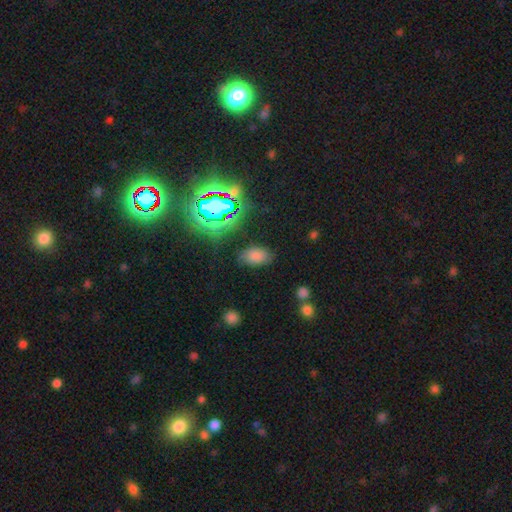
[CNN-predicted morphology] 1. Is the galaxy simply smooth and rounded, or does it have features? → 69% smooth, 21% star or artifact, 10% featured or disk.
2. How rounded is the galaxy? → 89% in between, 9% round, 2% cigar-shaped.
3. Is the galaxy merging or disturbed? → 77% none, 15% minor disturbance, 5% major disturbance, 2% merger.